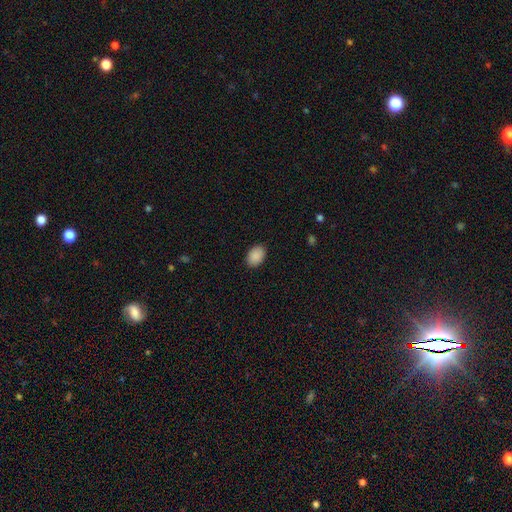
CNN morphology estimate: smooth 90%, star or artifact 7%, featured or disk 3%. Down the decision tree: how rounded — in between (82%); merging — none (89%).